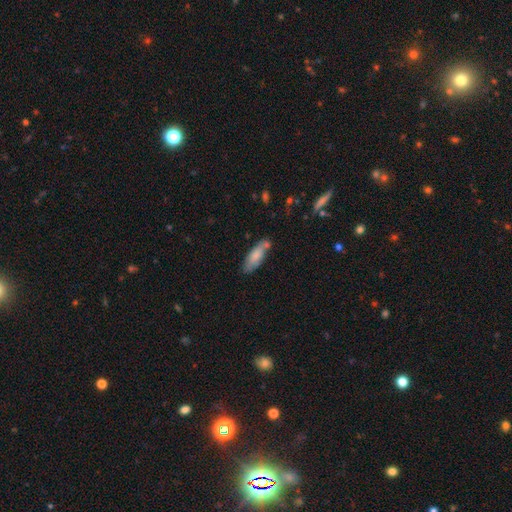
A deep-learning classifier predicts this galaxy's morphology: smooth_or_featured: smooth (p=0.76) [alt: featured or disk p=0.17]
how_rounded: in between (p=0.57) [alt: cigar-shaped p=0.41]
merging: none (p=0.59) [alt: minor disturbance p=0.23]